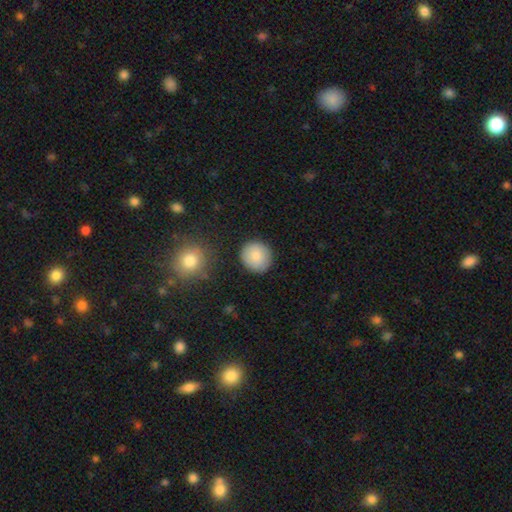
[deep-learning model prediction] A smooth galaxy with no disk features (84%) that is round (90%). Merging: none (87%).